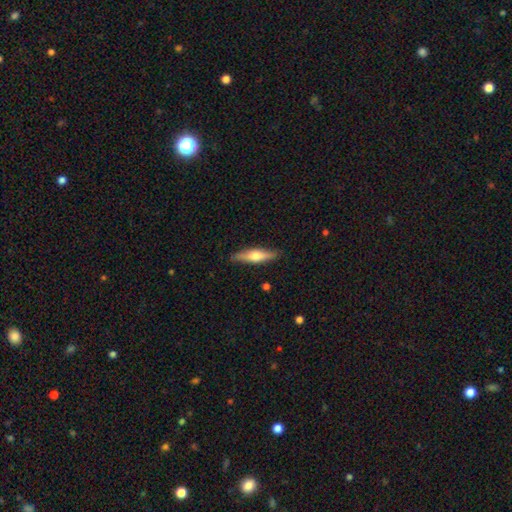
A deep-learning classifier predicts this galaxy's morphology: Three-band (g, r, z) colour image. It shows a smooth galaxy with no disk features (48%). Merging: none (87%).